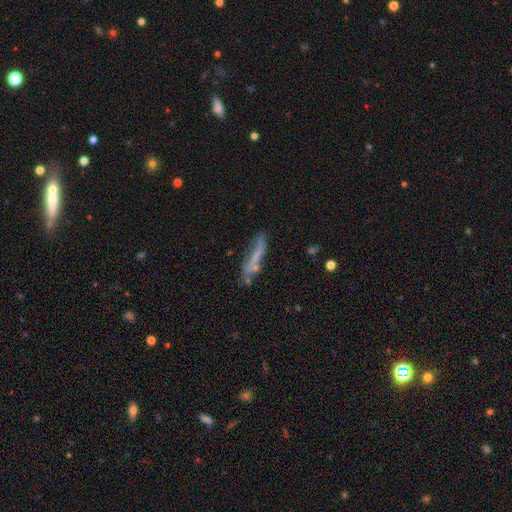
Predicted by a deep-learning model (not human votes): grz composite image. It shows a smooth galaxy with no disk features (49%). Merging: none (50%).